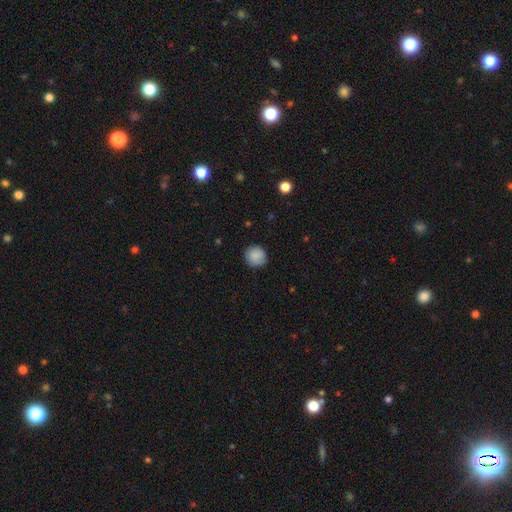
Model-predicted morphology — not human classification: A smooth galaxy with no disk features (88%) that is round (90%).

Vote fractions:
- Smooth or featured? smooth: 88% / star or artifact: 8% / featured or disk: 5%
- How rounded? round: 90% / in between: 9% / cigar-shaped: 1%
- Merging? none: 87% / minor disturbance: 10% / major disturbance: 2% / merger: 1%